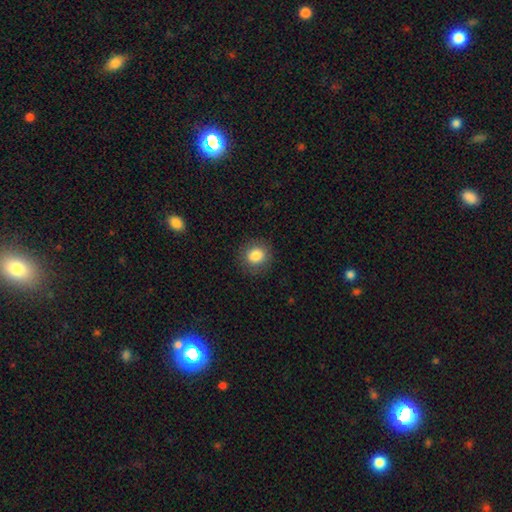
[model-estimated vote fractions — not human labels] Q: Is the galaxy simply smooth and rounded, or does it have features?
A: smooth — 84%.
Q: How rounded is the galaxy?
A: round — 86%.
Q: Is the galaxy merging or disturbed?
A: none — 88%.